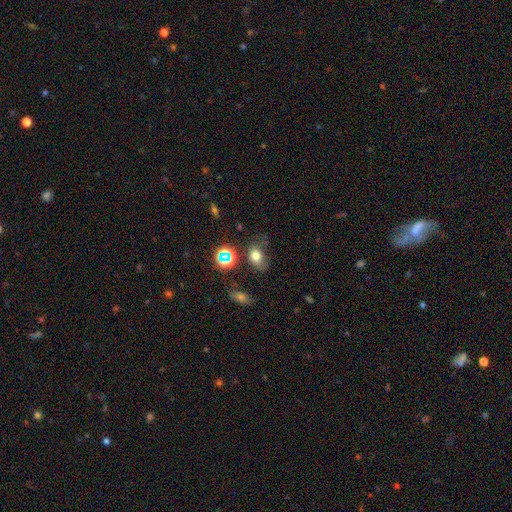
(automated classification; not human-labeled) smooth_or_featured: smooth (p=0.72) [alt: star or artifact p=0.17]
how_rounded: in between (p=0.72) [alt: round p=0.26]
merging: none (p=0.56) [alt: minor disturbance p=0.26]